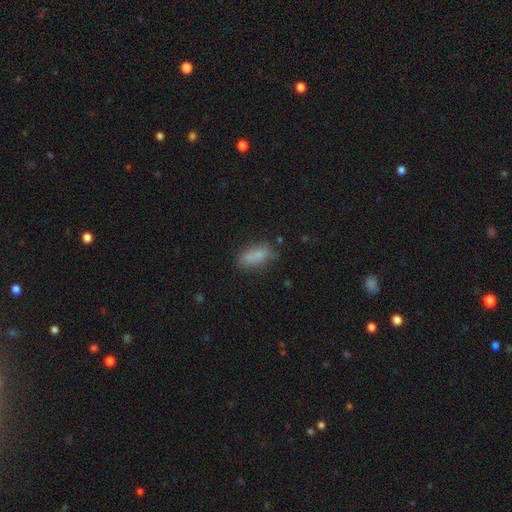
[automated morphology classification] smooth-or-featured: smooth: 80% | featured or disk: 11% | star or artifact: 9%
  how-rounded: in between: 80% | cigar-shaped: 16% | round: 4%
  merging: none: 65% | minor disturbance: 23% | major disturbance: 8% | merger: 5%